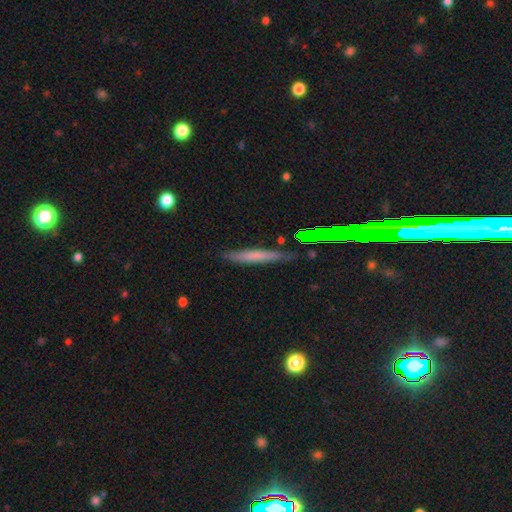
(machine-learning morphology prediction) type=smooth (59%); roundness=cigar-shaped (92%); merging=none (79%).